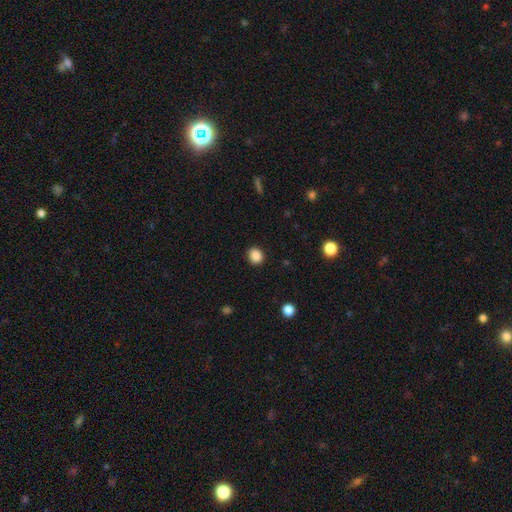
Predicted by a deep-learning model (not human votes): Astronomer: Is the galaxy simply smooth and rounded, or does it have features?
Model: smooth — 87%.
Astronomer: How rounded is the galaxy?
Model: round — 73%.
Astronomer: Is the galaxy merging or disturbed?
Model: none — 90%.